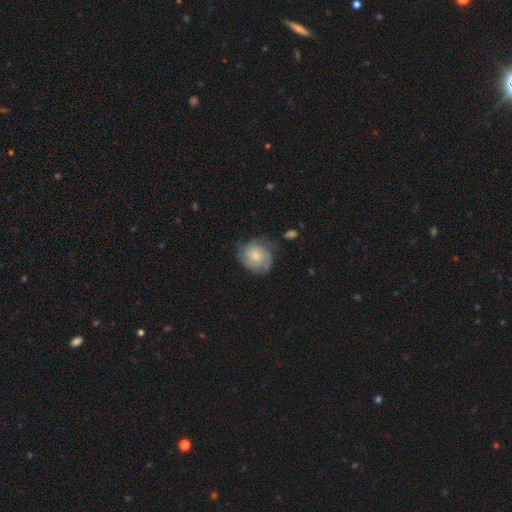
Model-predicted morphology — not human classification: featured or disk 61%, smooth 32%, star or artifact 7%. Down the decision tree: edge-on disk — no (98%); bar — no (77%); spiral arms — yes (89%); spiral arm count — can't tell (36%); spiral winding — tight (62%); bulge size — small (66%); merging — none (65%).